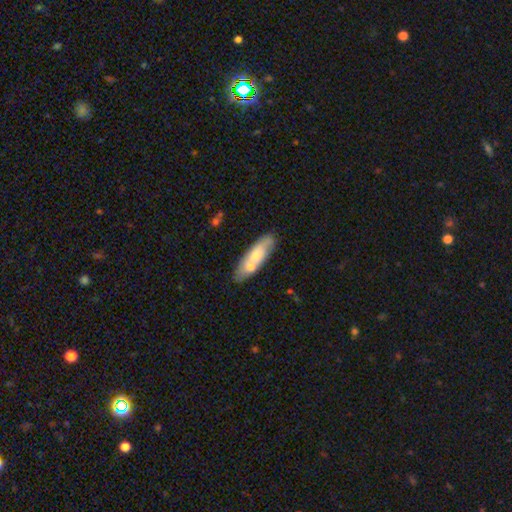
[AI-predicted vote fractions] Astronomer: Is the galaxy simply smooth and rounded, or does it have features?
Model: smooth — 60%.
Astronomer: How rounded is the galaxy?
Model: in between — 49%, tied with cigar-shaped at 49%.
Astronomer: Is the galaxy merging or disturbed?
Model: none — 60%.